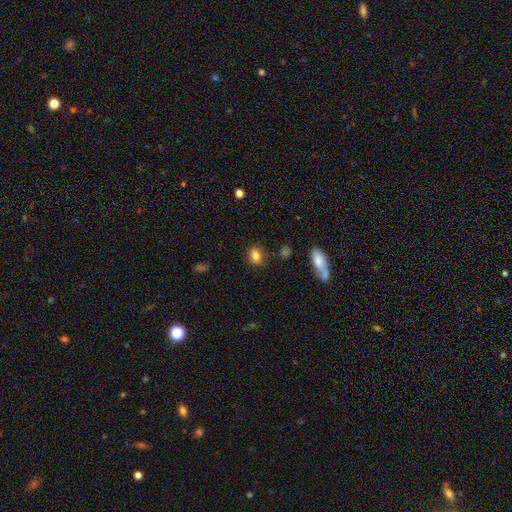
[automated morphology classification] Smooth or featured? Predicted: smooth (p=0.83). How rounded? Predicted: in between (p=0.66). Merging? Predicted: none (p=0.84).